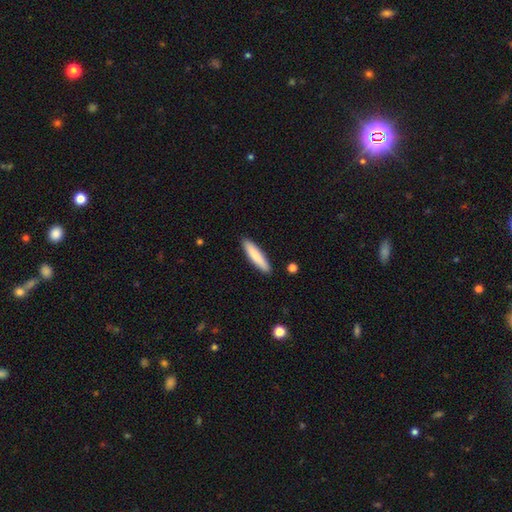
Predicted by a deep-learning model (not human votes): Q: Smooth or featured?
A: smooth (81%); runner-up: featured or disk (14%)
Q: How rounded?
A: cigar-shaped (85%); runner-up: in between (14%)
Q: Merging?
A: none (90%); runner-up: minor disturbance (7%)